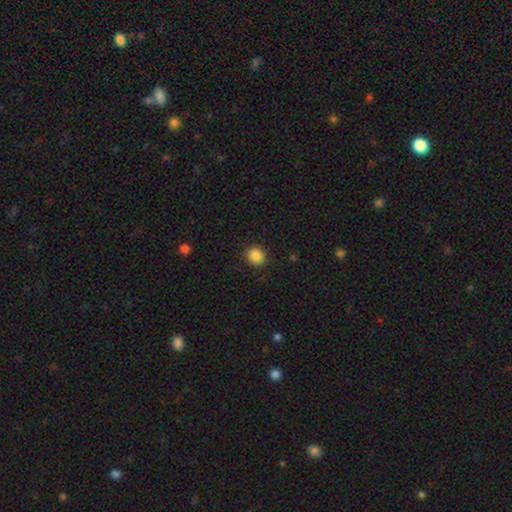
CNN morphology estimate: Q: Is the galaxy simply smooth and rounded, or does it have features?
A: smooth — 86%.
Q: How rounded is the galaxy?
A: round — 84%.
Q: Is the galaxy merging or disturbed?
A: none — 91%.